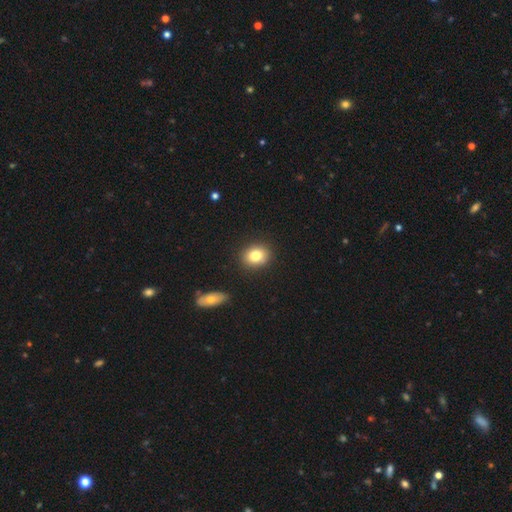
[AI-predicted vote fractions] smooth 81%, star or artifact 10%, featured or disk 9%. Down the decision tree: how rounded — round (60%); merging — none (88%).